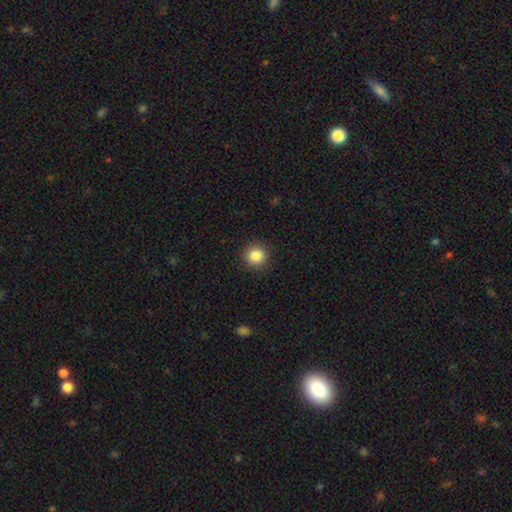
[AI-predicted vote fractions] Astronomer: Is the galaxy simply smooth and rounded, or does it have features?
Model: smooth — 86%.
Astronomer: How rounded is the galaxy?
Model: round — 93%.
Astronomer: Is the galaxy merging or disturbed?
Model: none — 91%.